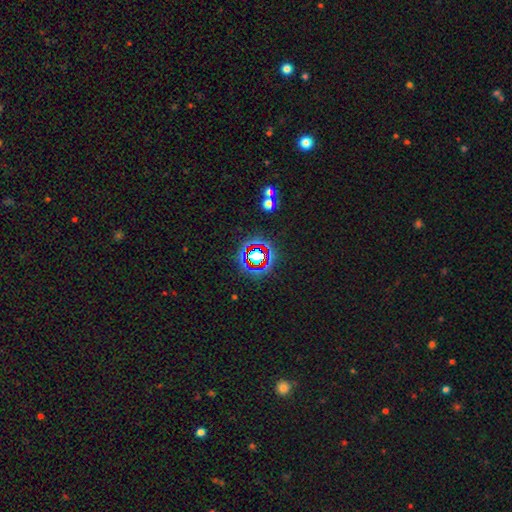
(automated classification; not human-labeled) Smooth or featured: star or artifact — 65% (smooth — 23%)